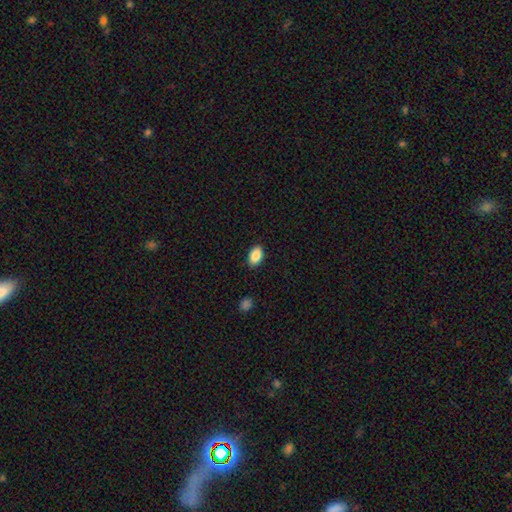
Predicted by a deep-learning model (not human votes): This is clearly a smooth galaxy (89%). How rounded: clearly in between (90%). Merging: clearly none (87%).